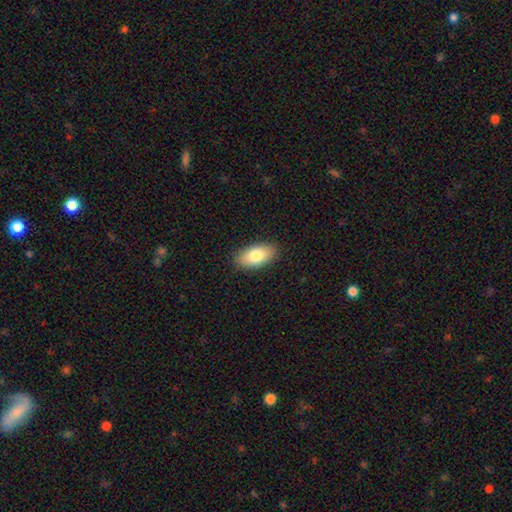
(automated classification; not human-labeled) A smooth galaxy with no disk features (80%) that is in between round and cigar-shaped (92%). Merging: none (88%).